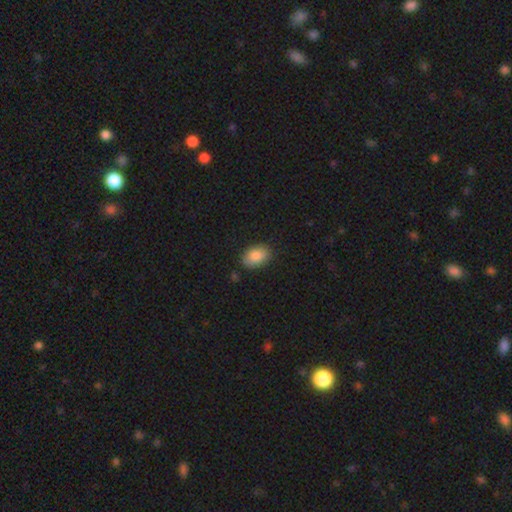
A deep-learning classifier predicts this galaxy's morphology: Q: Smooth or featured?
A: smooth (87%); runner-up: star or artifact (7%)
Q: How rounded?
A: in between (86%); runner-up: round (12%)
Q: Merging?
A: none (83%); runner-up: minor disturbance (13%)